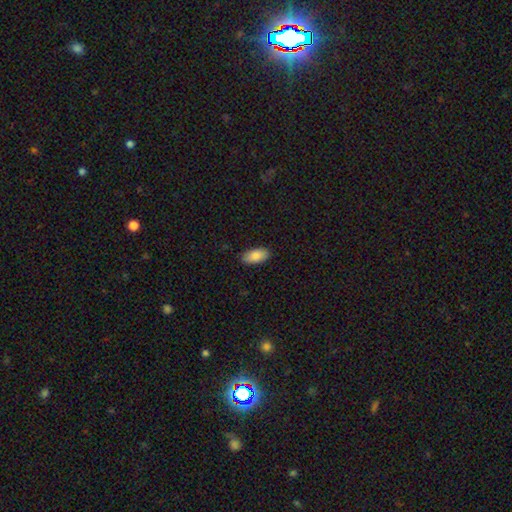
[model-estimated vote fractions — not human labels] The model was most divided on "smooth or featured": smooth: 87%, featured or disk: 7%, star or artifact: 7%. More confident: how rounded — in between (93%); merging — none (89%).